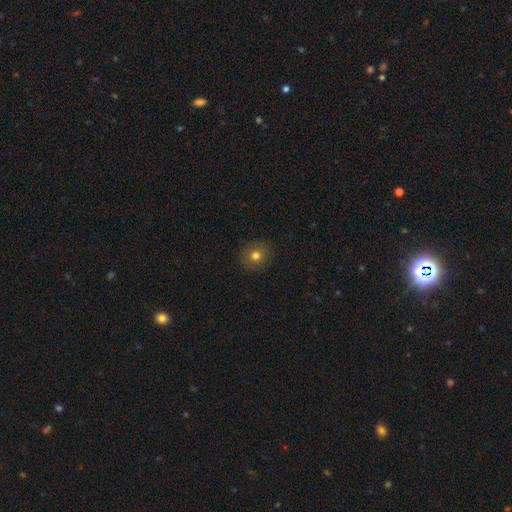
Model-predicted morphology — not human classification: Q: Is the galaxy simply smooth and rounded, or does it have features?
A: smooth — 76%.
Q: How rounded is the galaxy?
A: round — 88%.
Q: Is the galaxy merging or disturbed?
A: none — 90%.